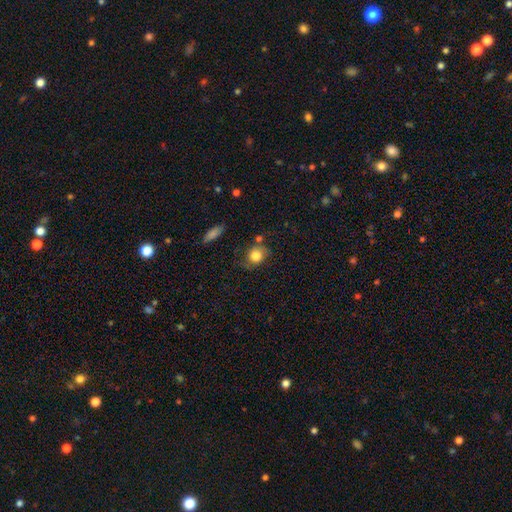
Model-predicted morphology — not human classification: type=smooth (79%); roundness=round (66%); merging=none (62%).